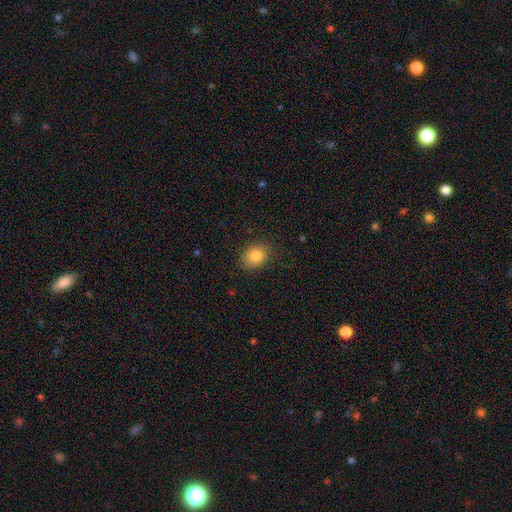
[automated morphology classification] Smooth or featured?
  - smooth: 84% *
  - star or artifact: 10%
  - featured or disk: 7%
How rounded?
  - round: 50% *
  - in between: 49%
  - cigar-shaped: 1%
Merging?
  - none: 84% *
  - minor disturbance: 12%
  - major disturbance: 3%
  - merger: 1%